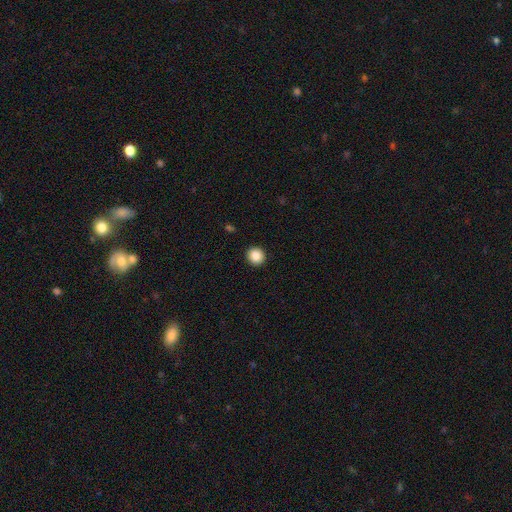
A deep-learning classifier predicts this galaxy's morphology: type=smooth (87%); roundness=round (94%); merging=none (93%).